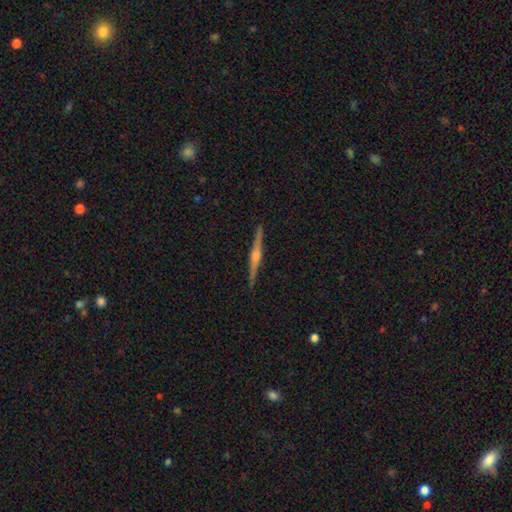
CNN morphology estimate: smooth_or_featured: featured or disk (p=0.82) [alt: smooth p=0.12]
disk_edge_on: yes (p=0.99) [alt: no p=0.01]
edge_on_bulge: rounded (p=0.86) [alt: boxy p=0.09]
merging: none (p=0.93) [alt: minor disturbance p=0.05]